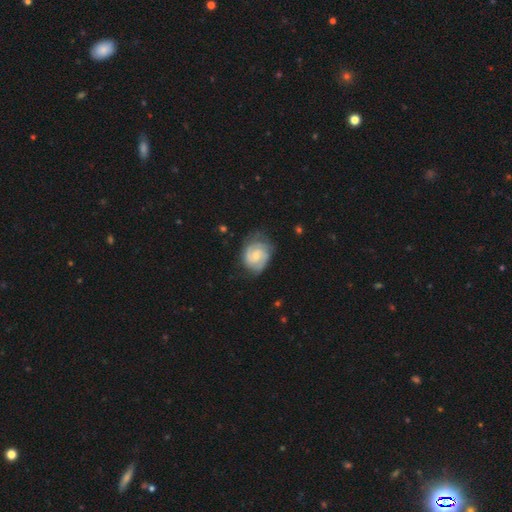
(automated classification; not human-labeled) Smooth or featured: featured or disk — 82% (smooth — 13%)
Edge-on disk: no — 98% (yes — 2%)
Bar: no — 50% (weak — 44%)
Spiral arms: yes — 96% (no — 4%)
Spiral winding: tight — 57% (medium — 35%)
Spiral arm count: 2 — 77% (can't tell — 10%)
Bulge size: small — 54% (moderate — 35%)
Merging: none — 70% (minor disturbance — 21%)